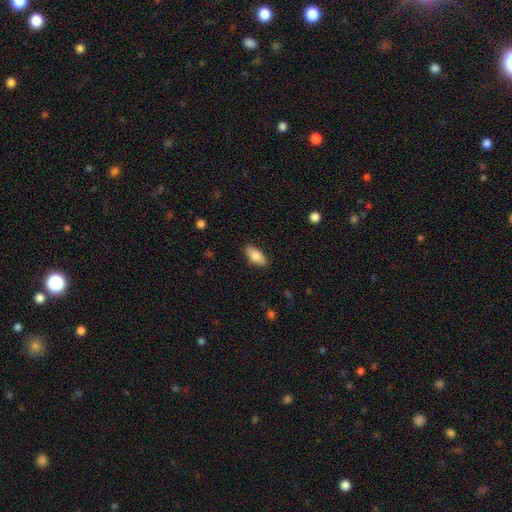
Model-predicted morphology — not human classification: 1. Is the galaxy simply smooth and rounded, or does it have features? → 78% smooth, 16% featured or disk, 6% star or artifact.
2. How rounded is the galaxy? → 88% in between, 9% cigar-shaped, 3% round.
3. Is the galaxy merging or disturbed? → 87% none, 10% minor disturbance, 2% major disturbance, 1% merger.